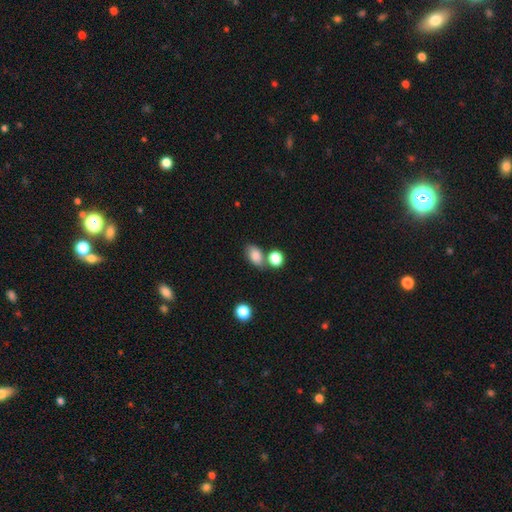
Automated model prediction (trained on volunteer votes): A smooth galaxy with no disk features (84%) that is in between round and cigar-shaped (84%). Merging: none (58%).